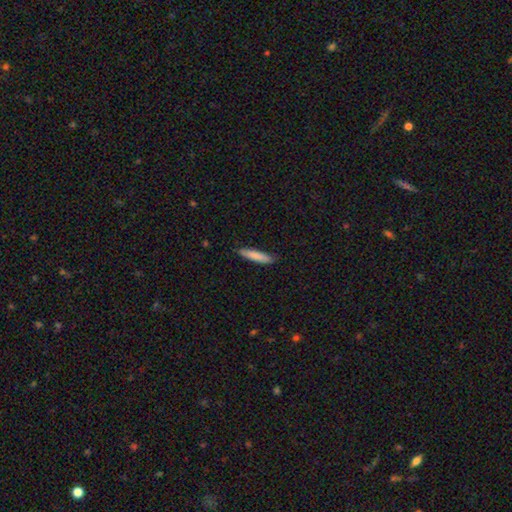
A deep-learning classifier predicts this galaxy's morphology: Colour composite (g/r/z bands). It shows a smooth galaxy with no disk features (84%) that is cigar-shaped (85%). Merging: none (85%).